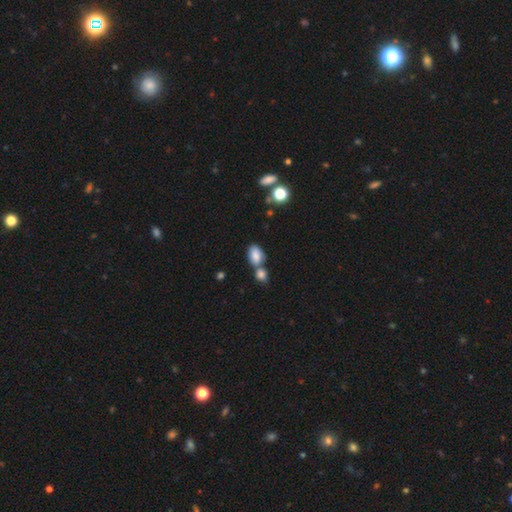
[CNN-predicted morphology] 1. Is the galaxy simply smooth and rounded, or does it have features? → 82% smooth, 9% featured or disk, 9% star or artifact.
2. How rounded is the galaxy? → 87% in between, 11% round, 2% cigar-shaped.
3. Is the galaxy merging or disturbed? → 49% merger, 36% none, 11% minor disturbance, 4% major disturbance.